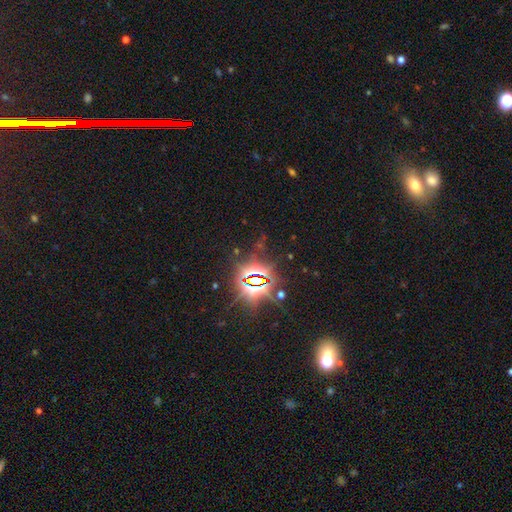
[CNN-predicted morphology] Smooth or featured?
  - star or artifact: 85% *
  - smooth: 8%
  - featured or disk: 7%